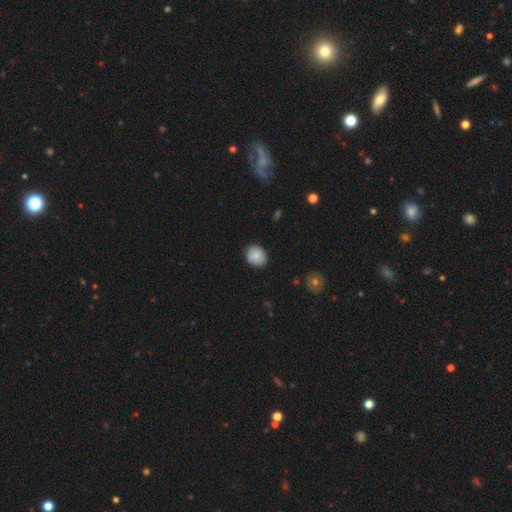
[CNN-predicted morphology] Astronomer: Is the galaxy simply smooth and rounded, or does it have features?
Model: smooth — 79%.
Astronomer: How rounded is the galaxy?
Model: round — 67%.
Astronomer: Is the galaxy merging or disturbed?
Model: none — 81%.